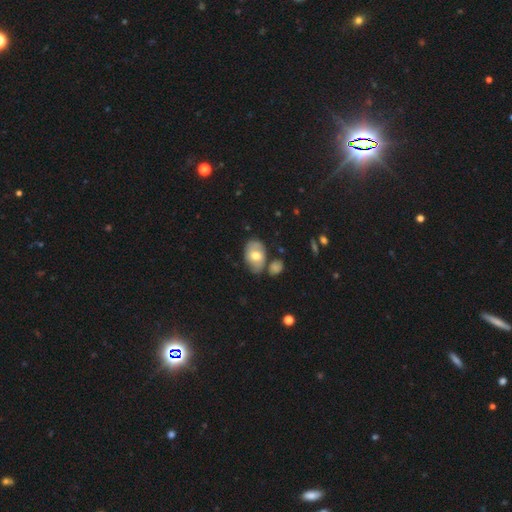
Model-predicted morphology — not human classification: Smooth or featured: smooth — 62% (featured or disk — 31%)
How rounded: in between — 84% (round — 14%)
Merging: none — 61% (minor disturbance — 22%)